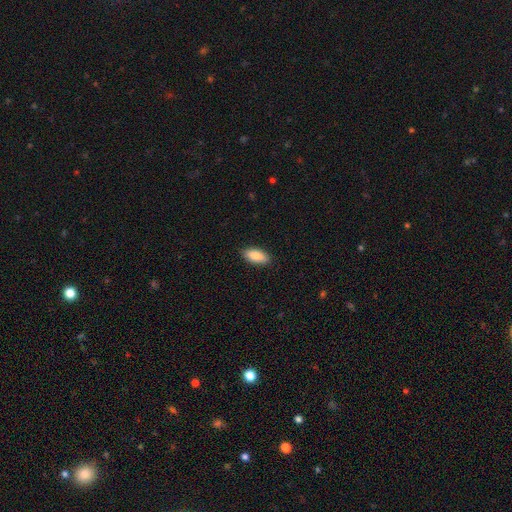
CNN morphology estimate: type=smooth (88%); roundness=in between (86%); merging=none (89%).